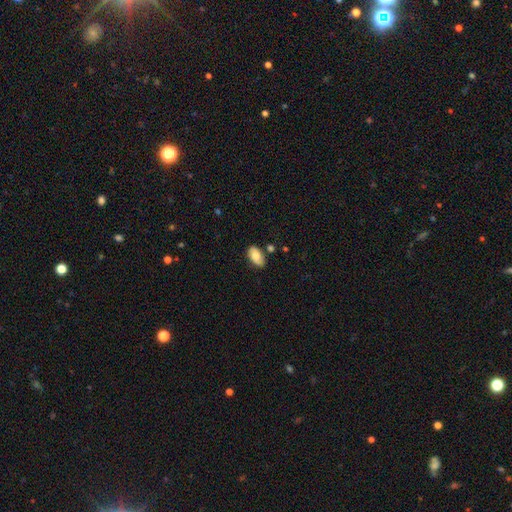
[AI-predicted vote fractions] Q: Smooth or featured?
A: smooth (77%); runner-up: featured or disk (16%)
Q: How rounded?
A: in between (94%); runner-up: round (4%)
Q: Merging?
A: none (76%); runner-up: minor disturbance (16%)